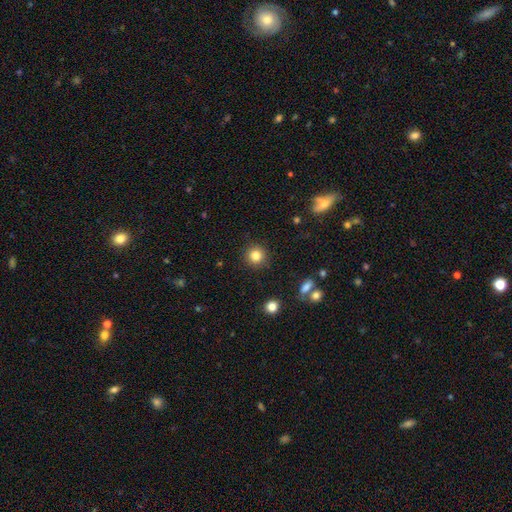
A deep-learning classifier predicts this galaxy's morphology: This appears to be a smooth galaxy with no disk features (83%) that is round (93%). Merging: none (90%).